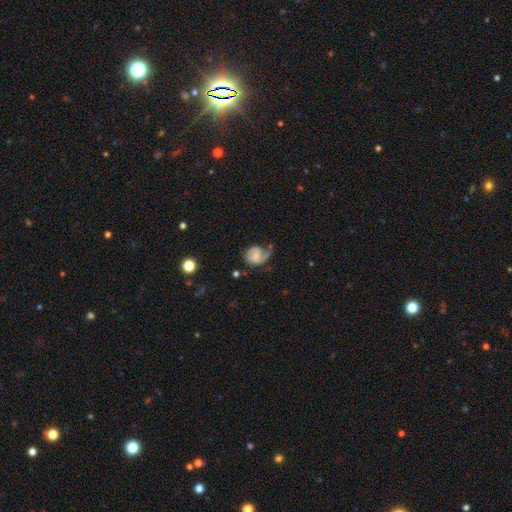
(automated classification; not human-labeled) Smooth or featured? featured or disk (62%)
Edge-on disk? no (98%)
Bar? no (47%)
Spiral arms? yes (88%)
Spiral winding? medium (40%)
Spiral arm count? 1 (48%)
Bulge size? none (41%)
Merging? none (37%)